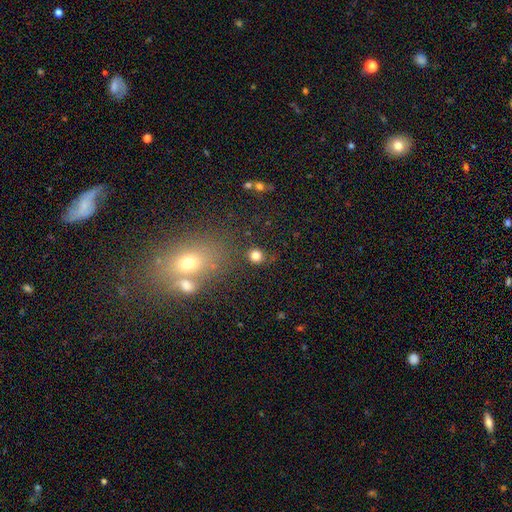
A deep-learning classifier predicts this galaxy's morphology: type=smooth (80%); roundness=round (86%); merging=none (83%).